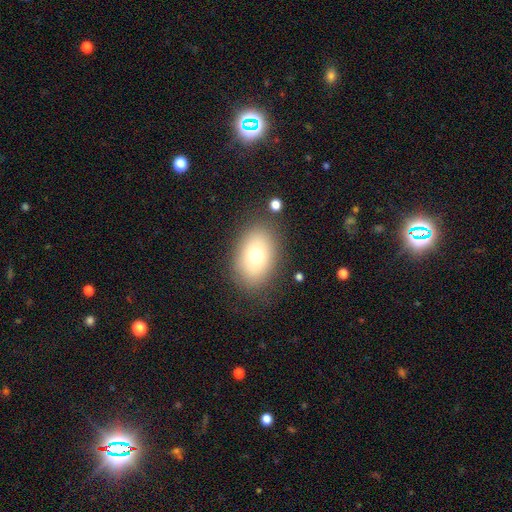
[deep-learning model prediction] A smooth galaxy with no disk features (71%) that is in between round and cigar-shaped (82%).

Vote fractions:
- Smooth or featured? smooth: 71% / featured or disk: 18% / star or artifact: 11%
- How rounded? in between: 82% / round: 17% / cigar-shaped: 1%
- Merging? none: 82% / minor disturbance: 12% / major disturbance: 4% / merger: 2%